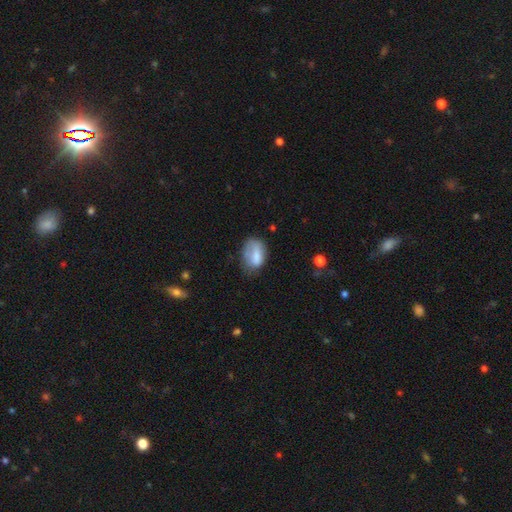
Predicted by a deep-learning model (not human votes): smooth-or-featured: smooth: 75% | featured or disk: 17% | star or artifact: 8%
  how-rounded: in between: 85% | round: 12% | cigar-shaped: 2%
  merging: none: 48% | minor disturbance: 34% | major disturbance: 15% | merger: 3%